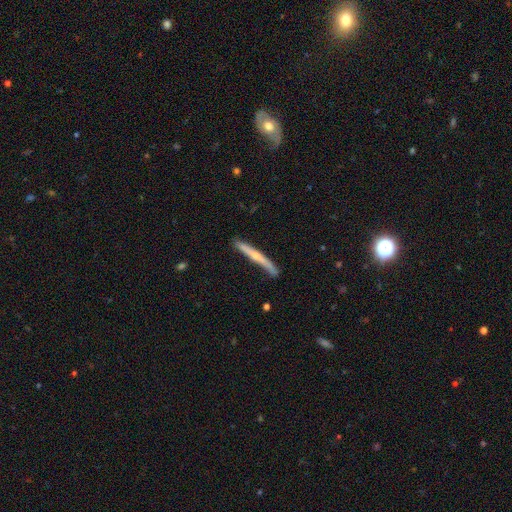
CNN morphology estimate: Smooth or featured? featured or disk (57%)
Edge-on disk? yes (95%)
Edge-on bulge? rounded (70%)
Merging? none (78%)